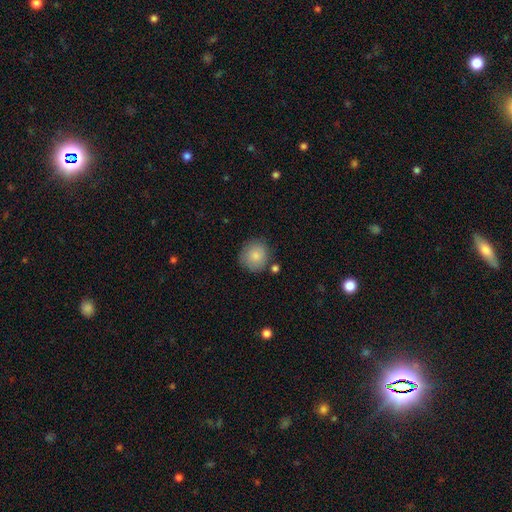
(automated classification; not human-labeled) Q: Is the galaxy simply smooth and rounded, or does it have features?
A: smooth — 85%.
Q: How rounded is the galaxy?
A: round — 91%.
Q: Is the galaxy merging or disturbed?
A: none — 79%.